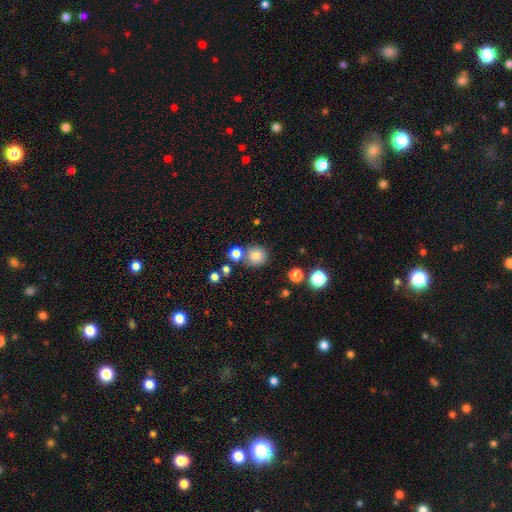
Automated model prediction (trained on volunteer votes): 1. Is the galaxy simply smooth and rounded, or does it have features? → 82% smooth, 12% star or artifact, 6% featured or disk.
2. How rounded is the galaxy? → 90% round, 9% in between, 1% cigar-shaped.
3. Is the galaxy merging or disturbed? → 73% none, 14% merger, 9% minor disturbance, 3% major disturbance.